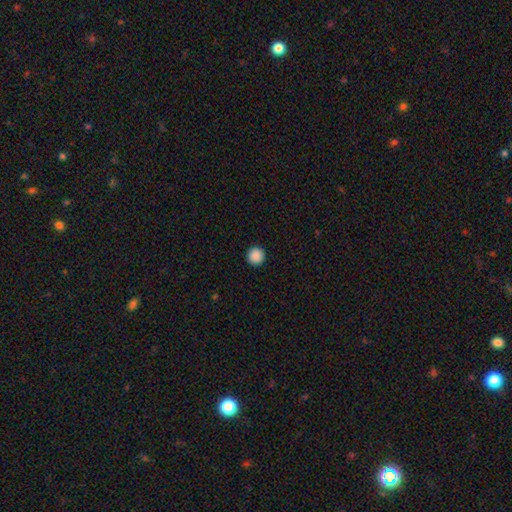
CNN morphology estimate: Smooth or featured: smooth — 89% (star or artifact — 9%)
How rounded: round — 96% (in between — 3%)
Merging: none — 94% (minor disturbance — 4%)